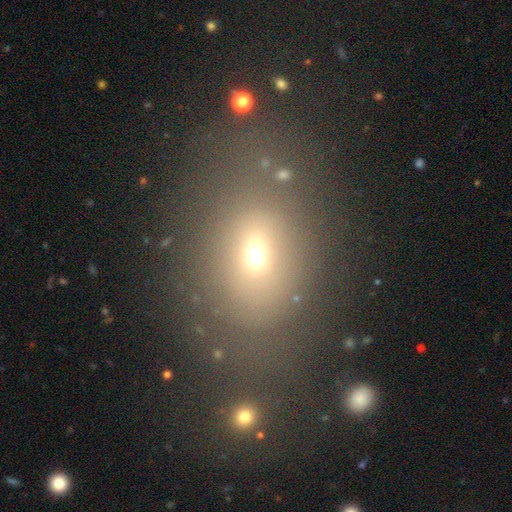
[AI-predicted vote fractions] This appears to be a smooth galaxy with no disk features (62%) that is in between round and cigar-shaped (65%). Merging: none (72%).